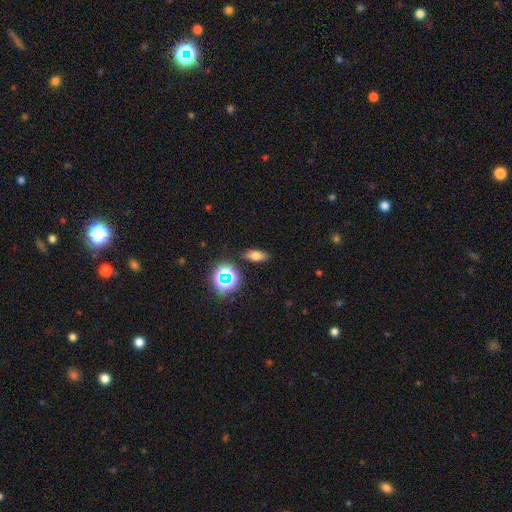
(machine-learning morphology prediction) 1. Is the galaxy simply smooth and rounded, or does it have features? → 66% smooth, 19% star or artifact, 14% featured or disk.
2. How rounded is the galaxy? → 77% in between, 13% cigar-shaped, 10% round.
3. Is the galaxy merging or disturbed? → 86% none, 10% minor disturbance, 3% major disturbance, 2% merger.